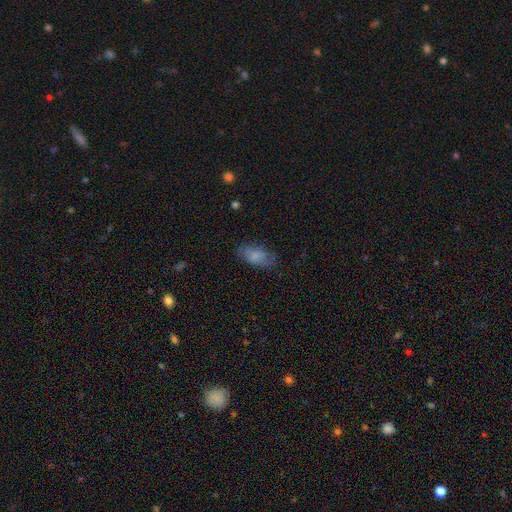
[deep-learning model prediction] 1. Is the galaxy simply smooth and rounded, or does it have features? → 76% smooth, 17% featured or disk, 7% star or artifact.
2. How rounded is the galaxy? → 90% in between, 6% cigar-shaped, 4% round.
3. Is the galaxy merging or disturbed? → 70% none, 21% minor disturbance, 8% major disturbance, 1% merger.